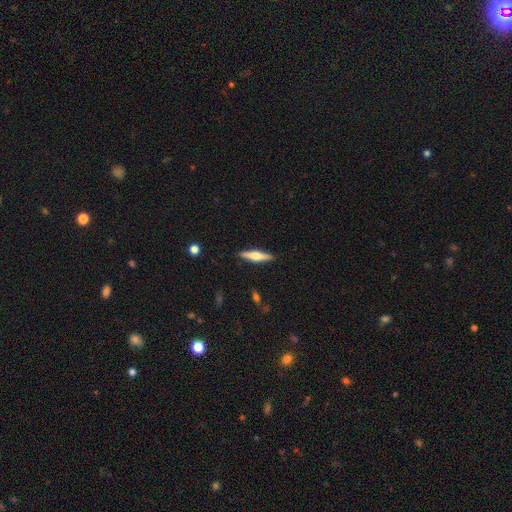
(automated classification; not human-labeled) A featured or disk galaxy (57%) viewed edge-on (96%) with a rounded central bulge (89%).

Vote fractions:
- Smooth or featured? featured or disk: 57% / smooth: 37% / star or artifact: 6%
- Edge-on disk? yes: 96% / no: 4%
- Edge-on bulge? rounded: 89% / boxy: 7% / none: 3%
- Merging? none: 90% / minor disturbance: 7% / major disturbance: 2% / merger: 1%